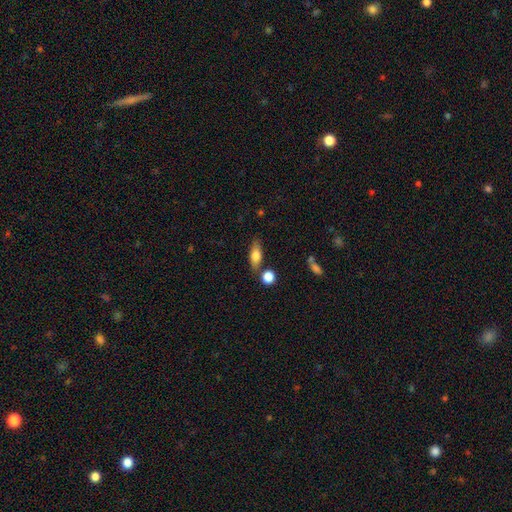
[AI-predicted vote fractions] Morphology: type=smooth (71%); roundness=in between (71%); merging=none (73%).